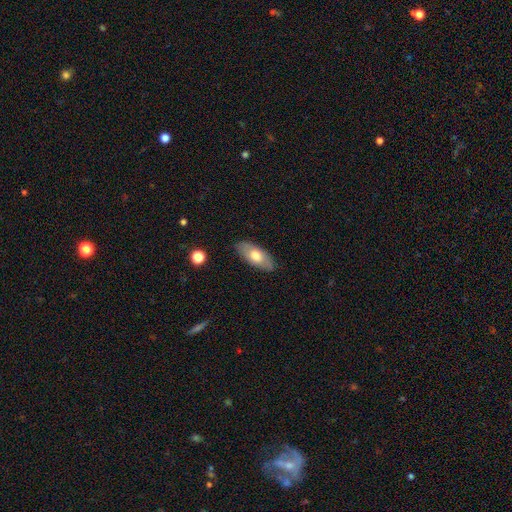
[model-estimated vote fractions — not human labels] Smooth or featured? Predicted: smooth (p=0.66). How rounded? Predicted: in between (p=0.87). Merging? Predicted: none (p=0.84).